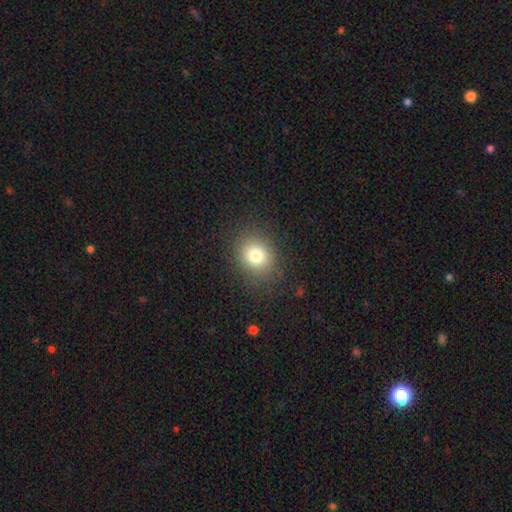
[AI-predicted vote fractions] smooth-or-featured: smooth: 78% | star or artifact: 13% | featured or disk: 9%
  how-rounded: round: 66% | in between: 33% | cigar-shaped: 1%
  merging: none: 85% | minor disturbance: 9% | major disturbance: 4% | merger: 1%